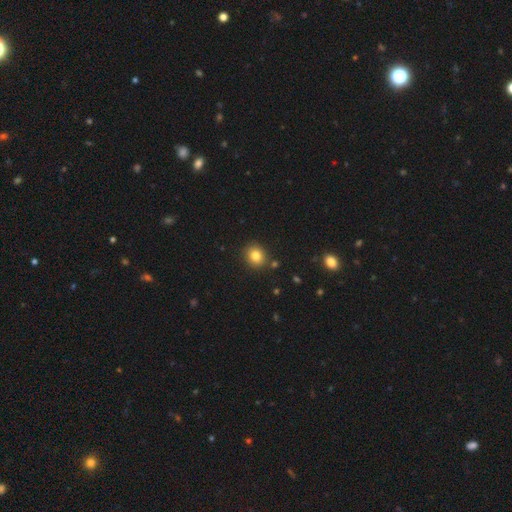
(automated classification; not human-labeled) Smooth or featured? Predicted: smooth (p=0.82). How rounded? Predicted: round (p=0.75). Merging? Predicted: none (p=0.87).